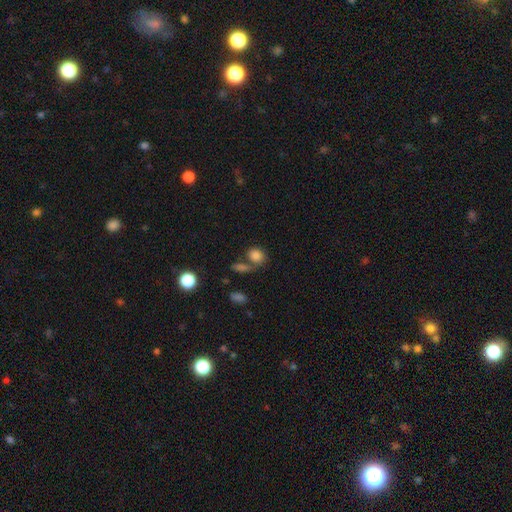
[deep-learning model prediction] Smooth or featured?
  - smooth: 82% *
  - star or artifact: 11%
  - featured or disk: 7%
How rounded?
  - round: 55% *
  - in between: 43%
  - cigar-shaped: 2%
Merging?
  - none: 52% *
  - merger: 29%
  - minor disturbance: 12%
  - major disturbance: 7%